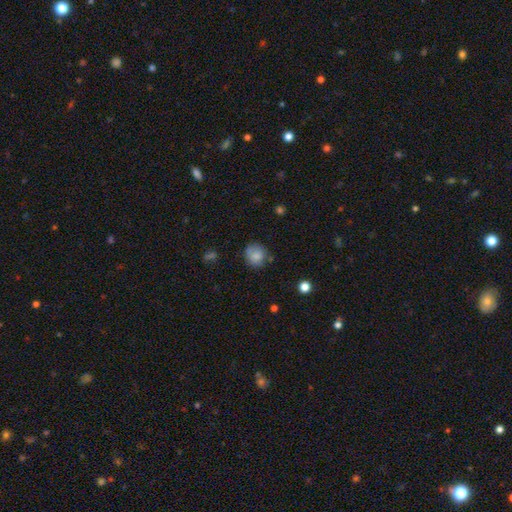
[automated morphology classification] Smooth or featured? Predicted: smooth (p=0.81). How rounded? Predicted: round (p=0.79). Merging? Predicted: none (p=0.66).